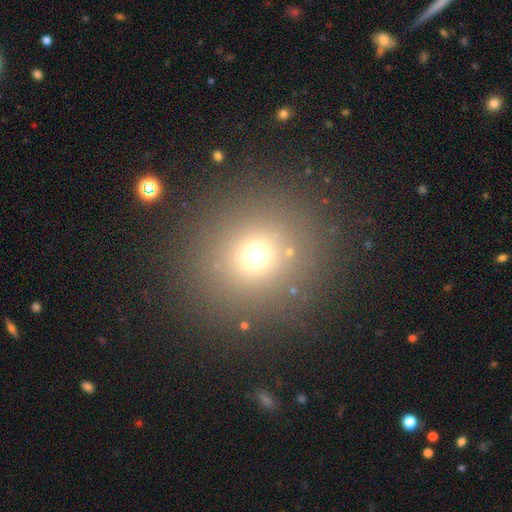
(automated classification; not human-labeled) A smooth galaxy with no disk features (67%) that is round (90%). Merging: none (86%).